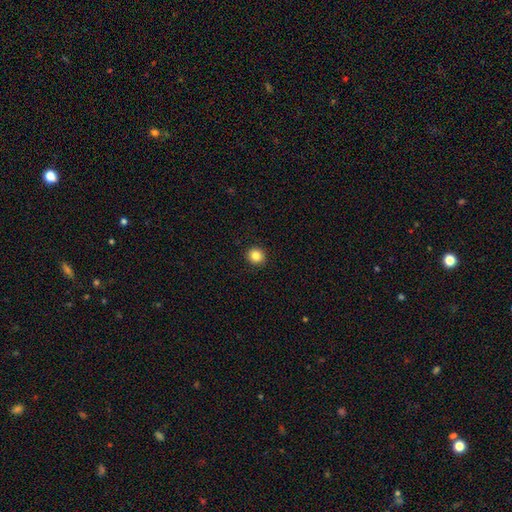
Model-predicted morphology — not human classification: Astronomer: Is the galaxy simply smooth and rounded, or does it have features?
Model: smooth — 84%.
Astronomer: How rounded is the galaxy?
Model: round — 92%.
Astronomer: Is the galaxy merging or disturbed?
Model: none — 93%.